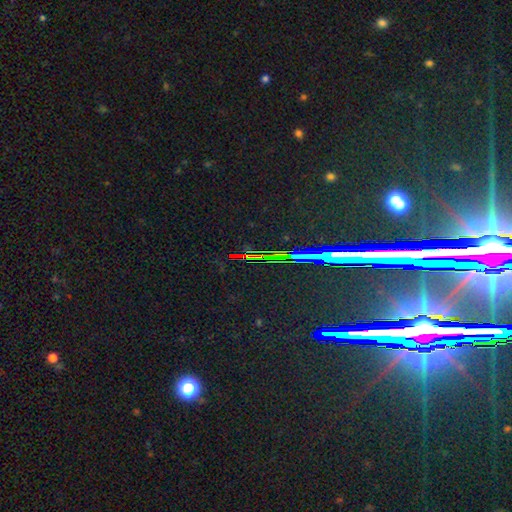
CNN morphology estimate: Smooth or featured? star or artifact (84%)